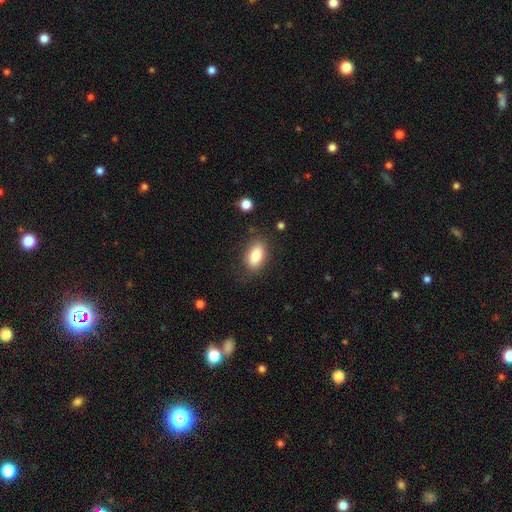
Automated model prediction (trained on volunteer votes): This appears to be a smooth galaxy with no disk features (82%) that is in between round and cigar-shaped (90%). Merging: none (78%).